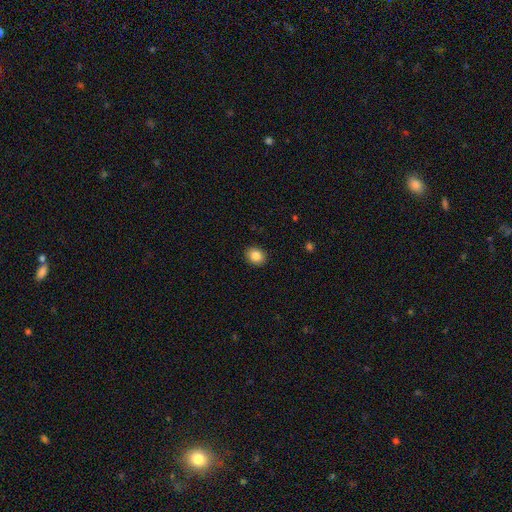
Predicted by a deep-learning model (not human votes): Smooth or featured: smooth — 85% (star or artifact — 9%)
How rounded: round — 54% (in between — 45%)
Merging: none — 91% (minor disturbance — 7%)